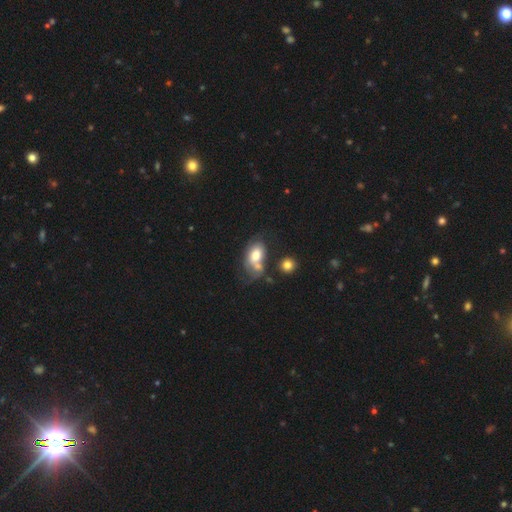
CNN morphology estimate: Smooth or featured? smooth (63%)
How rounded? in between (86%)
Merging? merger (35%)